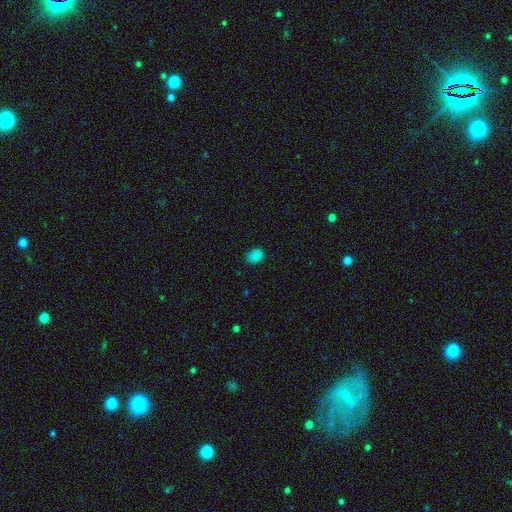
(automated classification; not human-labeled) Smooth or featured: smooth — 82% (star or artifact — 15%)
How rounded: in between — 66% (round — 32%)
Merging: none — 82% (minor disturbance — 14%)